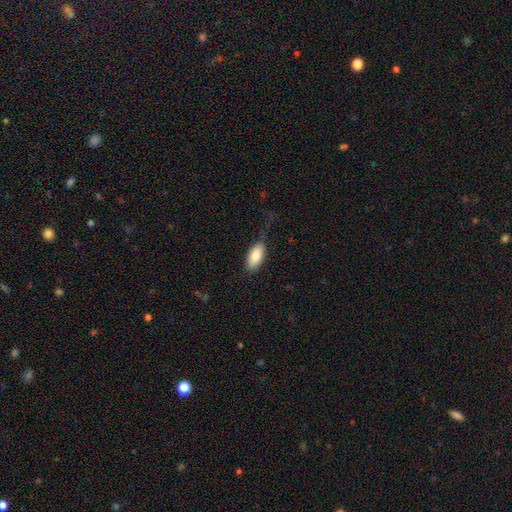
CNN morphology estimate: A smooth galaxy with no disk features (83%) that is in between round and cigar-shaped (91%).

Vote fractions:
- Smooth or featured? smooth: 83% / featured or disk: 11% / star or artifact: 6%
- How rounded? in between: 91% / cigar-shaped: 7% / round: 2%
- Merging? none: 61% / minor disturbance: 26% / major disturbance: 12% / merger: 2%